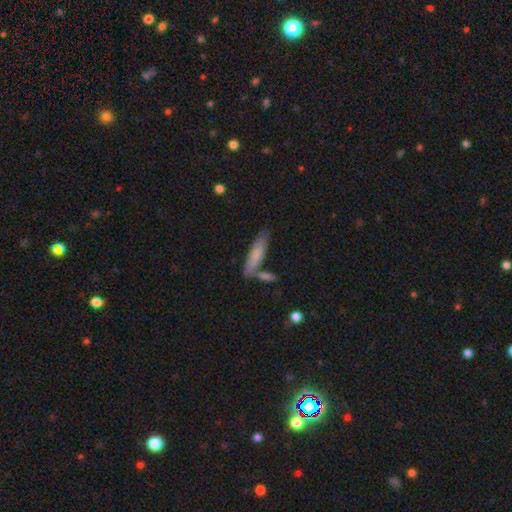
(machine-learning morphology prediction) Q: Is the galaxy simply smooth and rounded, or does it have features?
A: smooth — 70%.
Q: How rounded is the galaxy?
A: cigar-shaped — 72%.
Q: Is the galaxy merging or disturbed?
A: none — 68%.